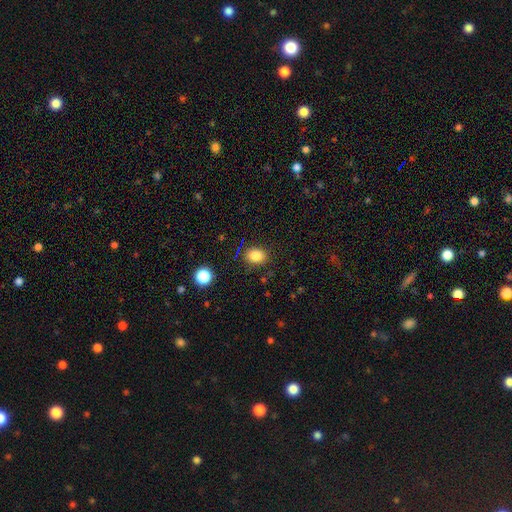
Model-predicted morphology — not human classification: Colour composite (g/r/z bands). It shows a smooth galaxy with no disk features (83%) that is in between round and cigar-shaped (57%). Merging: none (84%).